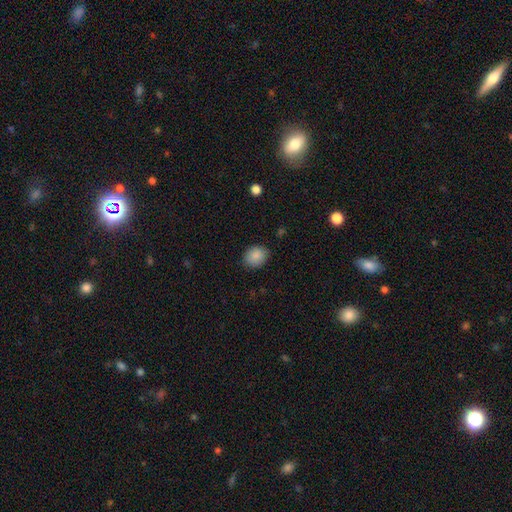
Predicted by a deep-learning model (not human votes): This appears to be a smooth galaxy with no disk features (87%) that is round (57%). Merging: none (84%).